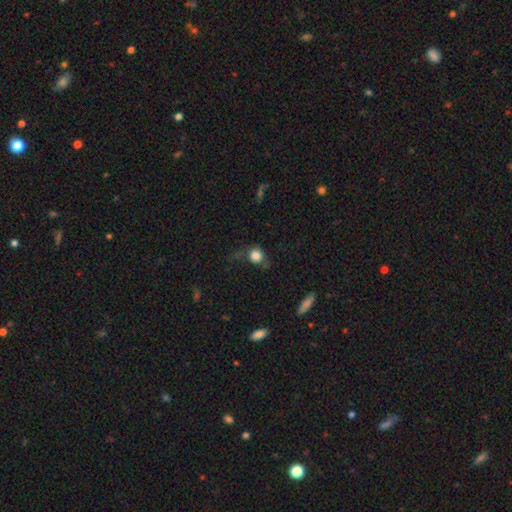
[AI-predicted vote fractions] smooth 80%, star or artifact 12%, featured or disk 9%. Down the decision tree: how rounded — round (84%); merging — none (56%).